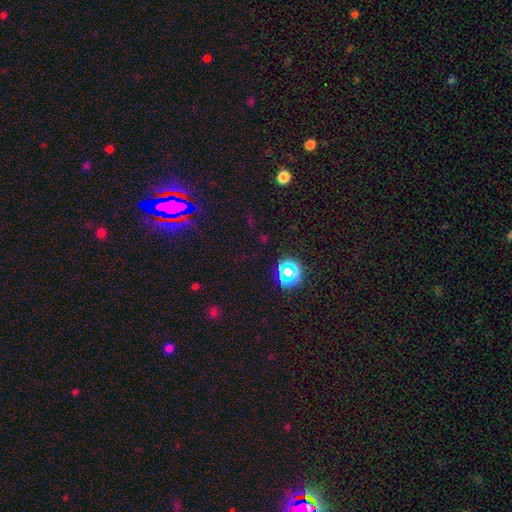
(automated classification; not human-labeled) Smooth or featured? star or artifact (68%)